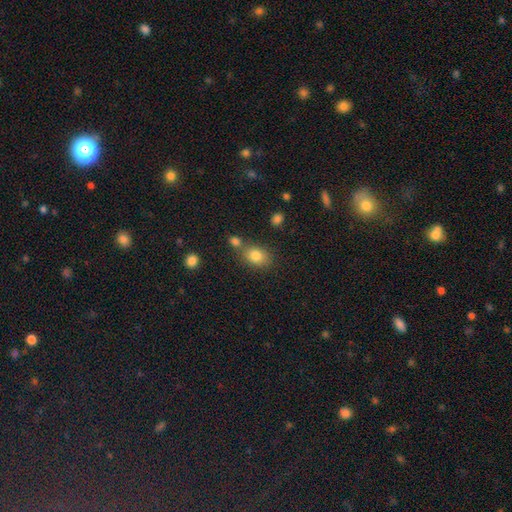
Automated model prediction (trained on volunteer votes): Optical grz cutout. It shows a smooth galaxy with no disk features (81%) that is in between round and cigar-shaped (64%). Merging: none (60%).